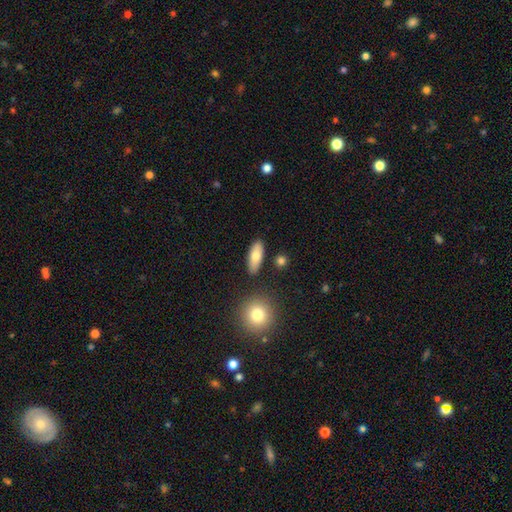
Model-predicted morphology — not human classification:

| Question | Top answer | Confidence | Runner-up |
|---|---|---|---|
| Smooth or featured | smooth | 78% | featured or disk (16%) |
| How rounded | in between | 69% | cigar-shaped (26%) |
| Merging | none | 84% | minor disturbance (9%) |